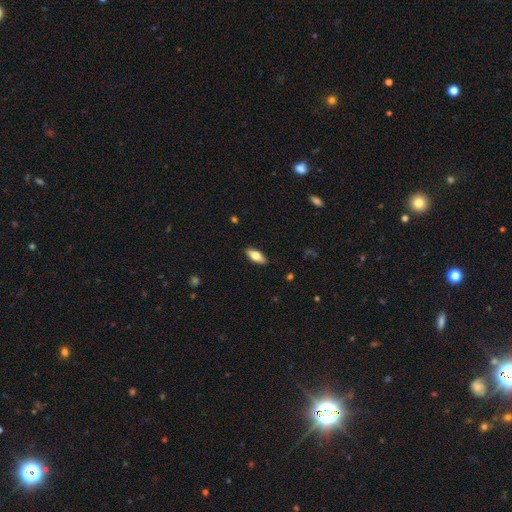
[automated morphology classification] Smooth or featured?
  - smooth: 70% *
  - featured or disk: 23%
  - star or artifact: 6%
How rounded?
  - in between: 79% *
  - cigar-shaped: 18%
  - round: 3%
Merging?
  - none: 89% *
  - minor disturbance: 9%
  - major disturbance: 2%
  - merger: 1%